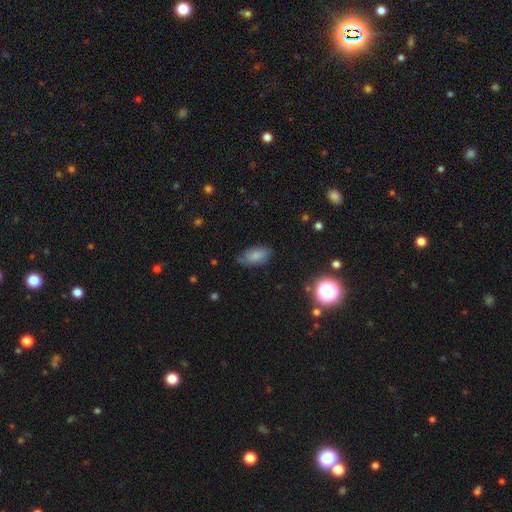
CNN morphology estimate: Smooth or featured? Predicted: smooth (p=0.78). How rounded? Predicted: in between (p=0.91). Merging? Predicted: none (p=0.72).